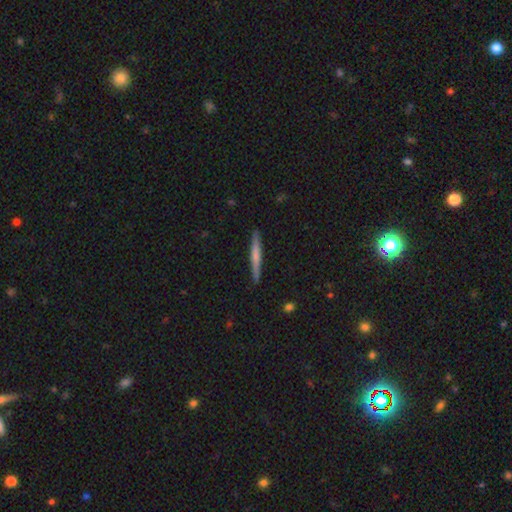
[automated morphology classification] Smooth or featured?
  - smooth: 52% *
  - featured or disk: 42%
  - star or artifact: 5%
How rounded?
  - cigar-shaped: 96% *
  - in between: 3%
  - round: 1%
Merging?
  - none: 91% *
  - minor disturbance: 7%
  - major disturbance: 1%
  - merger: 1%